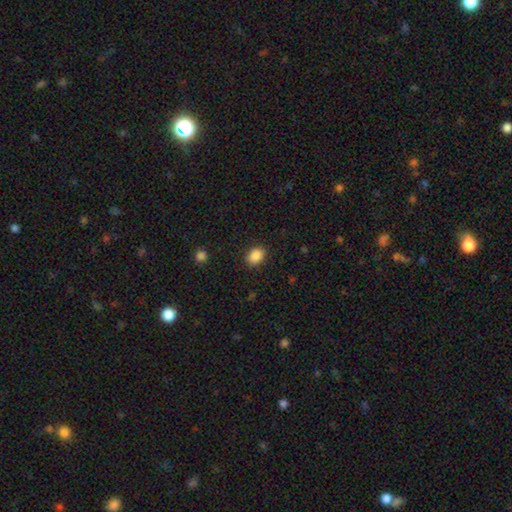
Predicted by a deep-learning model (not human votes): smooth 88%, star or artifact 9%, featured or disk 4%. Down the decision tree: how rounded — in between (69%); merging — none (89%).